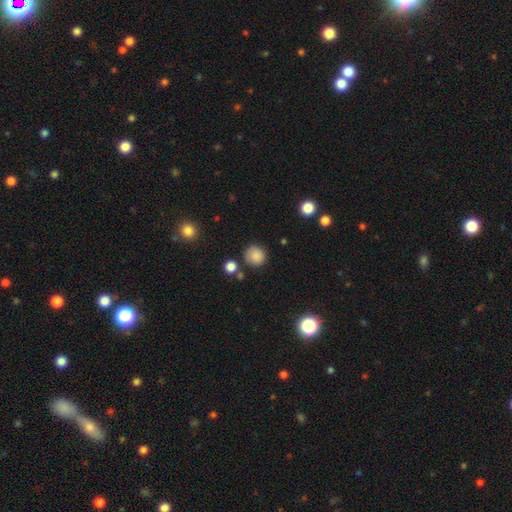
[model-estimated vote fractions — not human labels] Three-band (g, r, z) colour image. It shows a smooth galaxy with no disk features (84%) that is round (92%). Merging: none (80%).